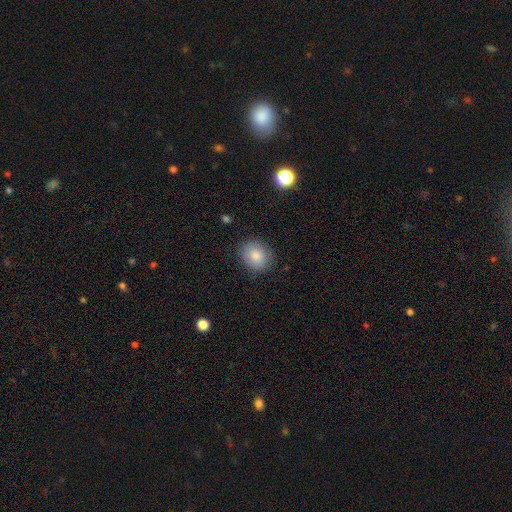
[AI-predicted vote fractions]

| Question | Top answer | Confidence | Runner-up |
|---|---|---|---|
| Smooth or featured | smooth | 83% | featured or disk (9%) |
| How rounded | round | 65% | in between (34%) |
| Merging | none | 84% | minor disturbance (11%) |